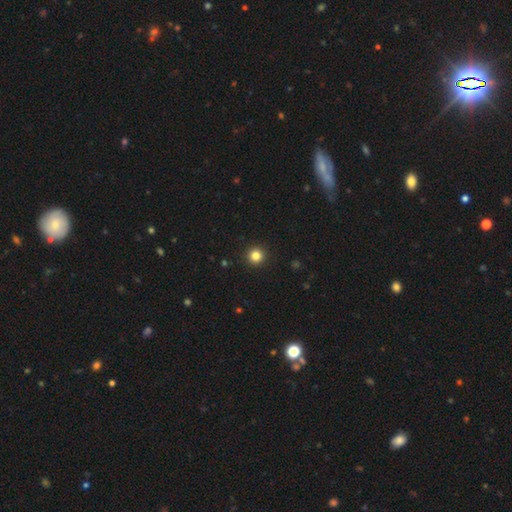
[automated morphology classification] Overall: smooth (83%). How rounded: round (96%). Merging: none (93%).